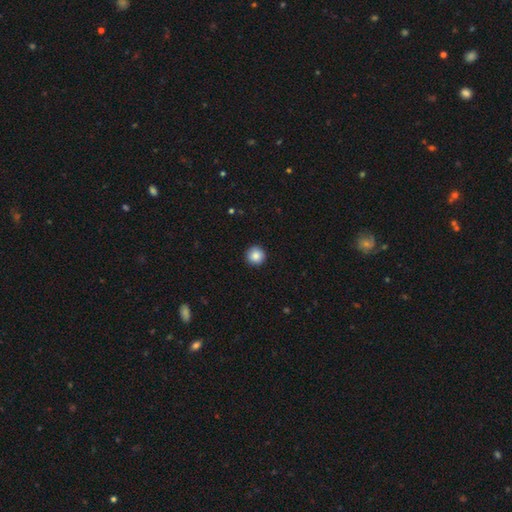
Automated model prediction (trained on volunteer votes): A smooth galaxy with no disk features (87%) that is round (96%). Merging: none (93%).